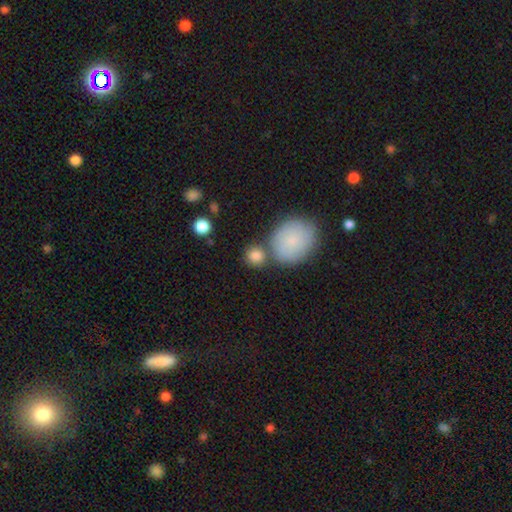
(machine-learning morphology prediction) Overall: smooth (83%). How rounded: round (83%). Merging: none (68%).